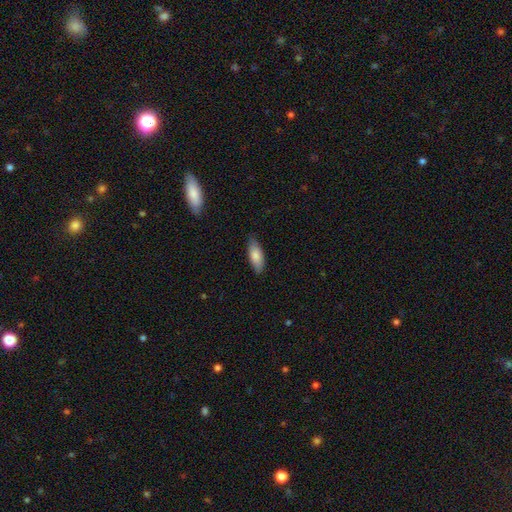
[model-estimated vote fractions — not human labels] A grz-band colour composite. It shows a smooth galaxy with no disk features (81%) that is in between round and cigar-shaped (75%). Merging: none (79%).